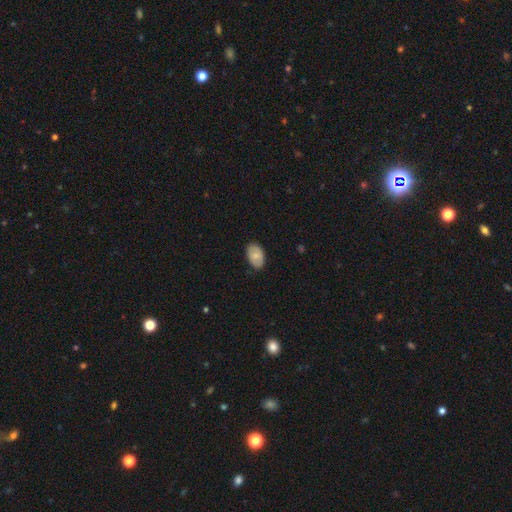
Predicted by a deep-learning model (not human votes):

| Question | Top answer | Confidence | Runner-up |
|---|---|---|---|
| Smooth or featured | smooth | 79% | featured or disk (15%) |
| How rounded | in between | 92% | round (7%) |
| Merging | none | 84% | minor disturbance (13%) |